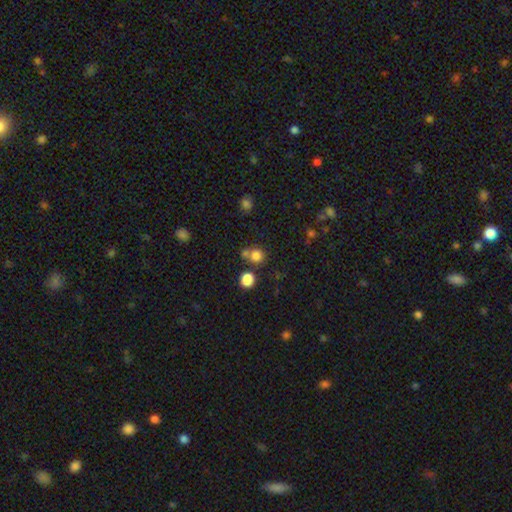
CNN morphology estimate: smooth_or_featured: smooth (p=0.79) [alt: star or artifact p=0.14]
how_rounded: round (p=0.88) [alt: in between p=0.11]
merging: none (p=0.65) [alt: merger p=0.23]